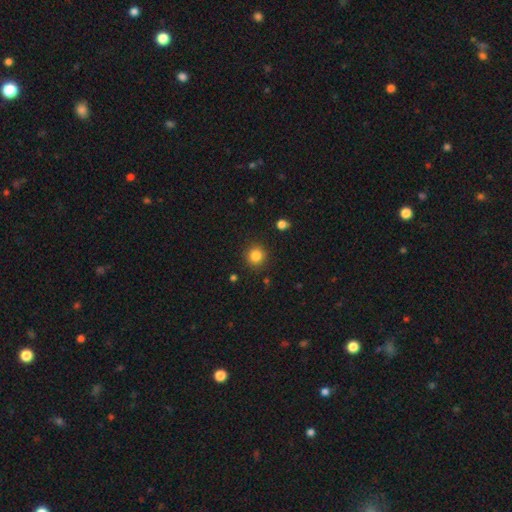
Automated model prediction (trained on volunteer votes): Smooth or featured: smooth — 84% (star or artifact — 11%)
How rounded: round — 92% (in between — 7%)
Merging: none — 89% (minor disturbance — 7%)